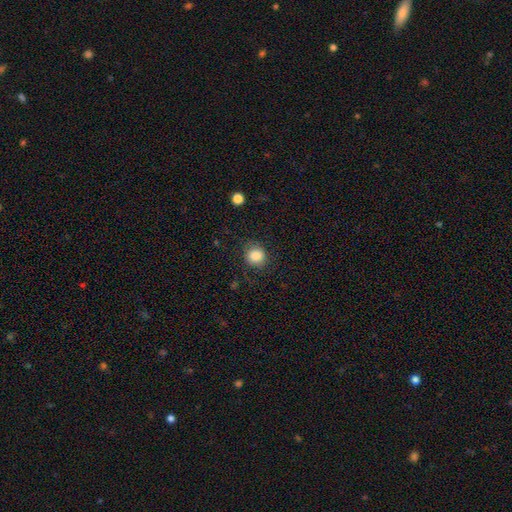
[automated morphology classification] Q: Smooth or featured?
A: smooth (86%); runner-up: star or artifact (10%)
Q: How rounded?
A: round (85%); runner-up: in between (14%)
Q: Merging?
A: none (82%); runner-up: minor disturbance (12%)